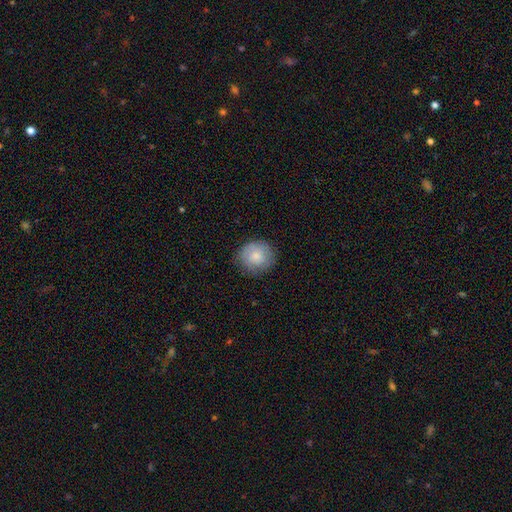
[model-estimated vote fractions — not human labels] The model was most divided on "smooth or featured": smooth: 78%, featured or disk: 15%, star or artifact: 7%. More confident: how rounded — round (87%); merging — none (82%).